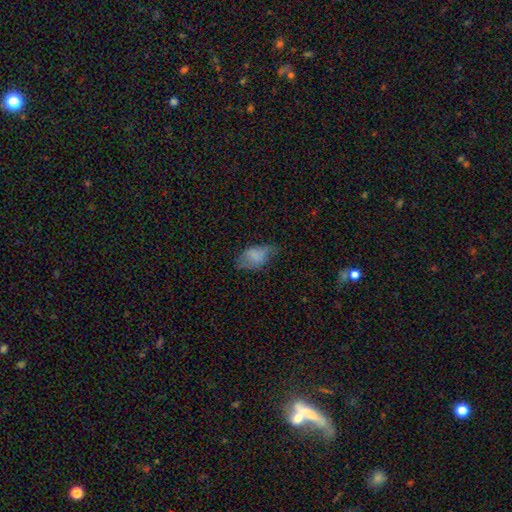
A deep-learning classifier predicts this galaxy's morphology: type=smooth (71%); roundness=in between (92%); merging=none (48%).